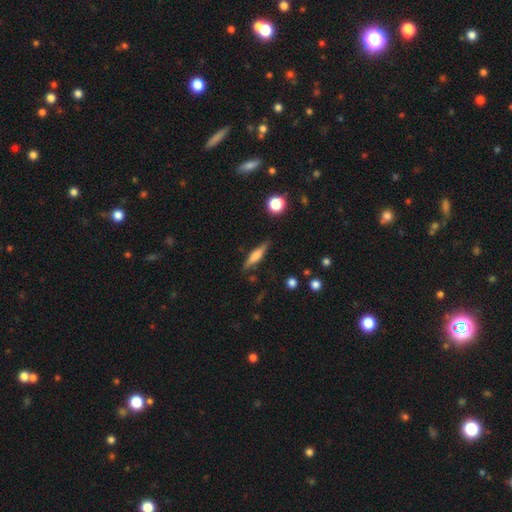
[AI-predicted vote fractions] This appears to be a smooth galaxy with no disk features (54%) that is cigar-shaped (76%). Merging: none (83%).